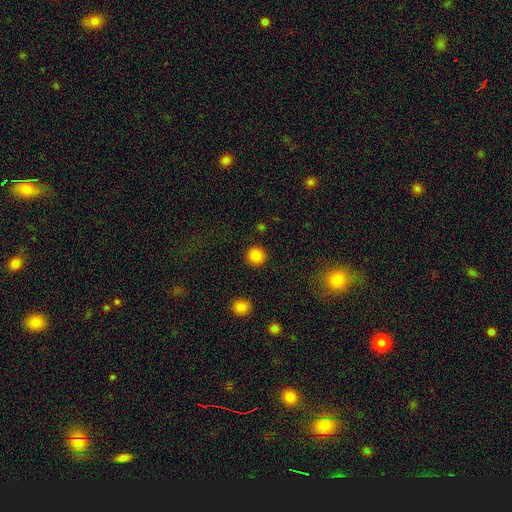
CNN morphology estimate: A smooth galaxy with no disk features (86%) that is round (95%).

Vote fractions:
- Smooth or featured? smooth: 86% / star or artifact: 11% / featured or disk: 4%
- How rounded? round: 95% / in between: 4% / cigar-shaped: 1%
- Merging? none: 92% / minor disturbance: 4% / major disturbance: 2% / merger: 1%